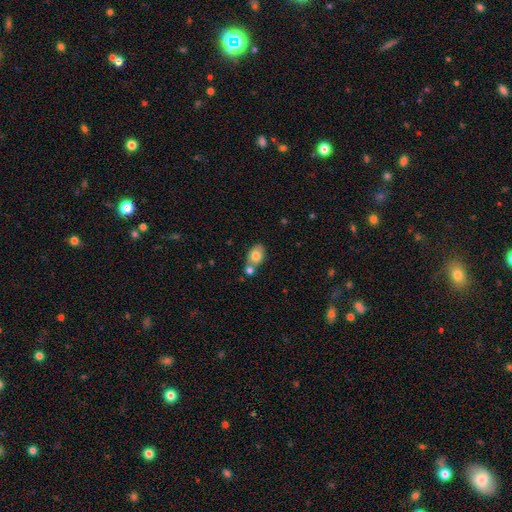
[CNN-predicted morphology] A smooth galaxy with no disk features (77%) that is in between round and cigar-shaped (79%).

Vote fractions:
- Smooth or featured? smooth: 77% / featured or disk: 15% / star or artifact: 8%
- How rounded? in between: 79% / round: 19% / cigar-shaped: 2%
- Merging? none: 50% / merger: 31% / minor disturbance: 14% / major disturbance: 4%